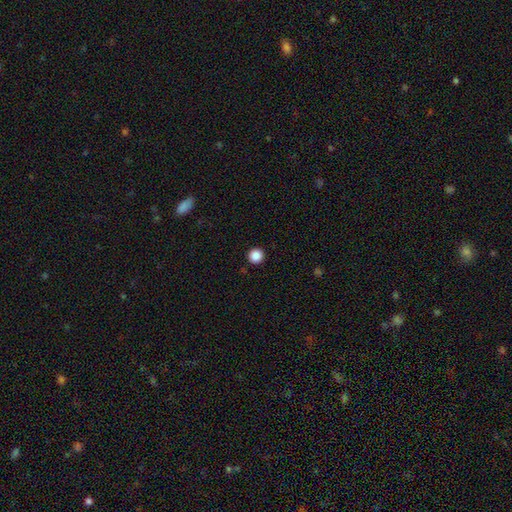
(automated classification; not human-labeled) smooth 87%, star or artifact 10%, featured or disk 3%. Down the decision tree: how rounded — round (95%); merging — none (93%).